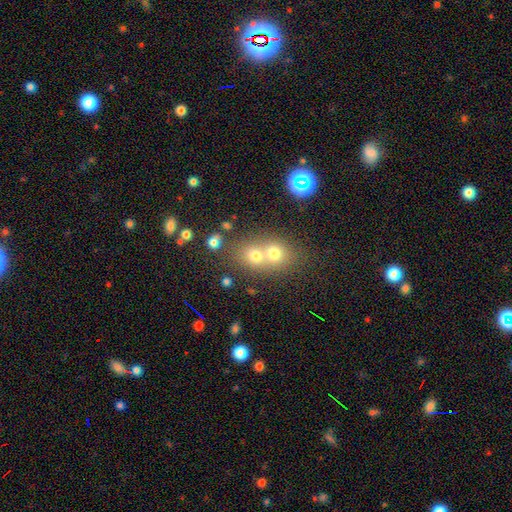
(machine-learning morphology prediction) smooth 69%, star or artifact 17%, featured or disk 15%. Down the decision tree: how rounded — round (71%); merging — merger (57%).